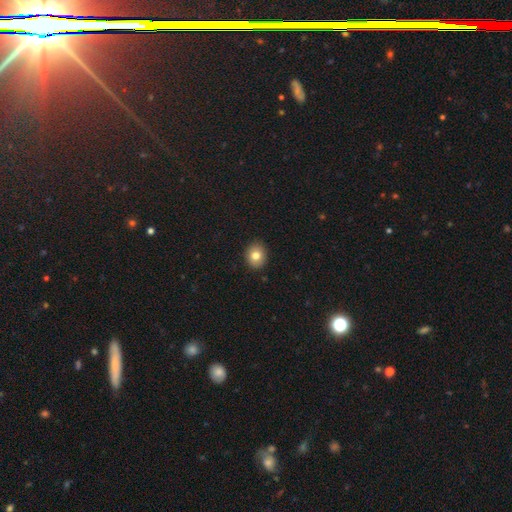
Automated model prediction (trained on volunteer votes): smooth-or-featured: smooth: 79% | featured or disk: 11% | star or artifact: 10%
  how-rounded: round: 64% | in between: 35% | cigar-shaped: 1%
  merging: none: 89% | minor disturbance: 8% | major disturbance: 2% | merger: 1%